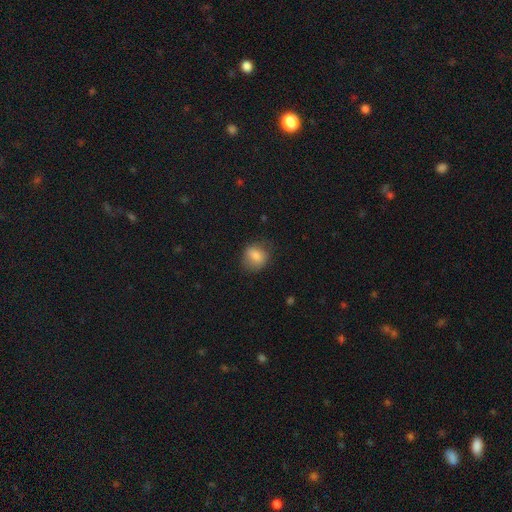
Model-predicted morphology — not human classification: Q: Smooth or featured?
A: smooth (81%); runner-up: featured or disk (10%)
Q: How rounded?
A: round (60%); runner-up: in between (38%)
Q: Merging?
A: none (72%); runner-up: minor disturbance (20%)